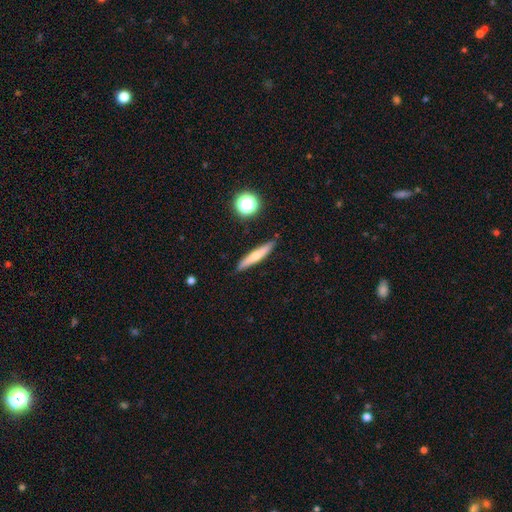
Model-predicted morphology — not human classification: type=smooth (55%); roundness=cigar-shaped (91%); merging=none (88%).